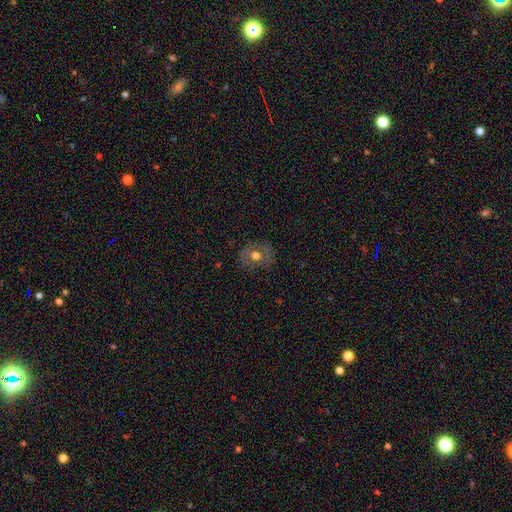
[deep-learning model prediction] Smooth or featured: smooth — 60% (featured or disk — 28%)
How rounded: round — 66% (in between — 33%)
Merging: none — 76% (minor disturbance — 16%)